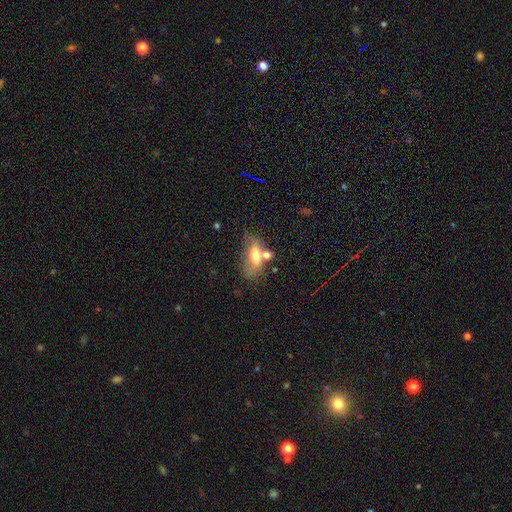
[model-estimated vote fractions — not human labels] A smooth galaxy with no disk features (56%) that is in between round and cigar-shaped (73%). Merging: none (40%).